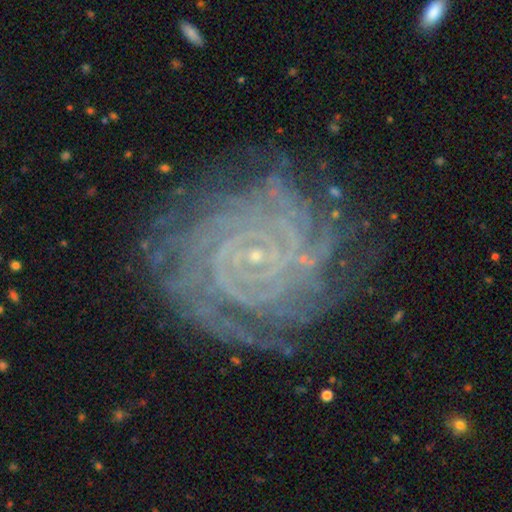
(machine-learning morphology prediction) Smooth or featured?
  - featured or disk: 86% *
  - star or artifact: 9%
  - smooth: 6%
Edge-on disk?
  - no: 98% *
  - yes: 2%
Bar?
  - no: 67% *
  - weak: 24%
  - strong: 10%
Spiral arms?
  - yes: 98% *
  - no: 2%
Spiral winding?
  - tight: 85% *
  - medium: 13%
  - loose: 3%
Spiral arm count?
  - can't tell: 24% *
  - more than 4: 23%
  - 4: 18%
  - 3: 13%
  - 2: 12%
  - 1: 9%
Bulge size?
  - small: 88% *
  - none: 6%
  - moderate: 4%
  - large: 1%
  - dominant: 1%
Merging?
  - none: 79% *
  - minor disturbance: 14%
  - major disturbance: 6%
  - merger: 2%